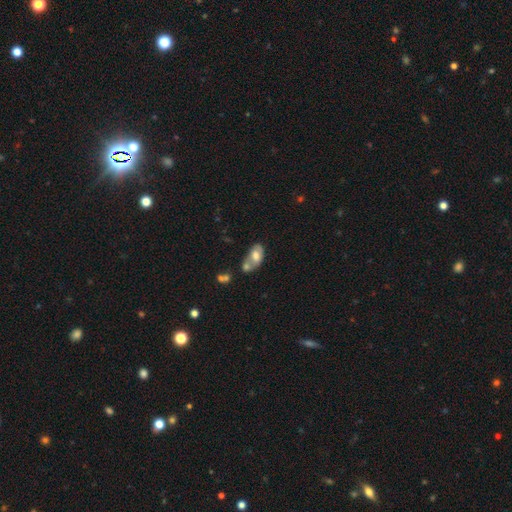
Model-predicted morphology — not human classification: type=smooth (59%); roundness=in between (90%); merging=merger (50%).